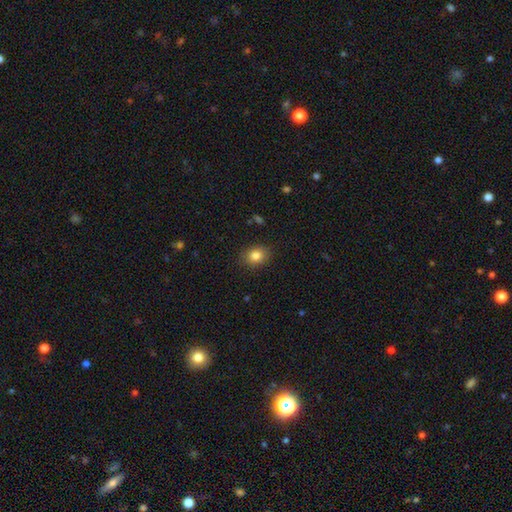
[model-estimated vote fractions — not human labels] smooth 84%, star or artifact 10%, featured or disk 6%. Down the decision tree: how rounded — round (51%); merging — none (87%).